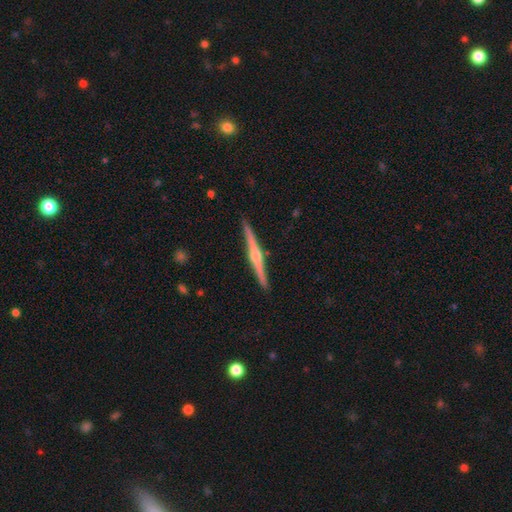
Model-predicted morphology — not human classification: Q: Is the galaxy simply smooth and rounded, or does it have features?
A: featured or disk — 82%.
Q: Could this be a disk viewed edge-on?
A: yes — 99%.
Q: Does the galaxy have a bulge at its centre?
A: rounded — 90%.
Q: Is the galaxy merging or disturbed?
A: none — 92%.